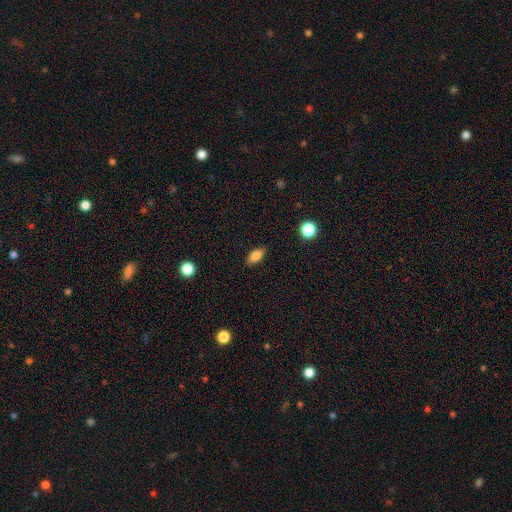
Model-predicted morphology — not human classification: smooth_or_featured: smooth (p=0.81) [alt: featured or disk p=0.10]
how_rounded: in between (p=0.85) [alt: cigar-shaped p=0.09]
merging: none (p=0.84) [alt: minor disturbance p=0.12]